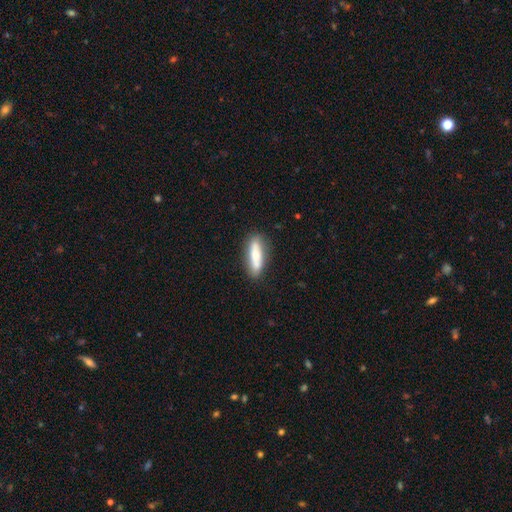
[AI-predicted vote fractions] Smooth or featured? smooth (62%)
How rounded? cigar-shaped (58%)
Merging? none (82%)